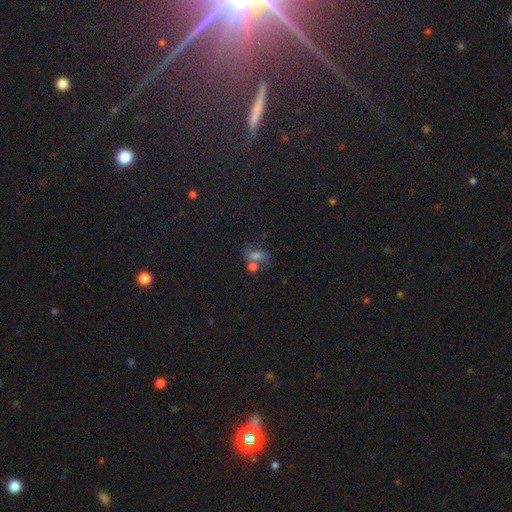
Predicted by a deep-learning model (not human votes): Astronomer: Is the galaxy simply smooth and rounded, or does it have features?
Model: smooth — 56%.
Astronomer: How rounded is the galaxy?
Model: in between — 69%.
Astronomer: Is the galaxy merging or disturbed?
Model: none — 39%, tied with merger at 39%.